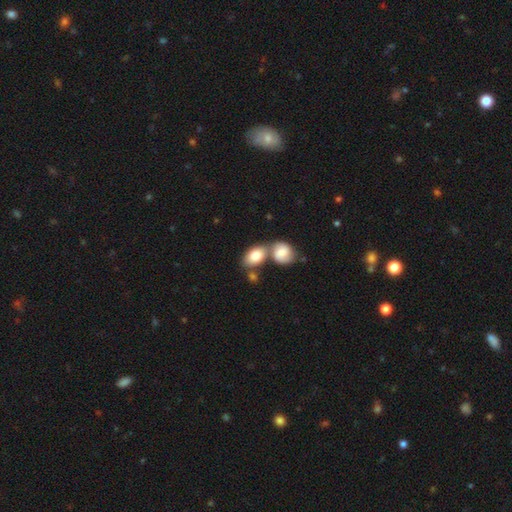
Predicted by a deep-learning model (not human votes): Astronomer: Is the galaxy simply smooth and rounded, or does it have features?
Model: smooth — 78%.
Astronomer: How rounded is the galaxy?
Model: in between — 84%.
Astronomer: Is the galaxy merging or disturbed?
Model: merger — 50% (runner-up: none, 36%).